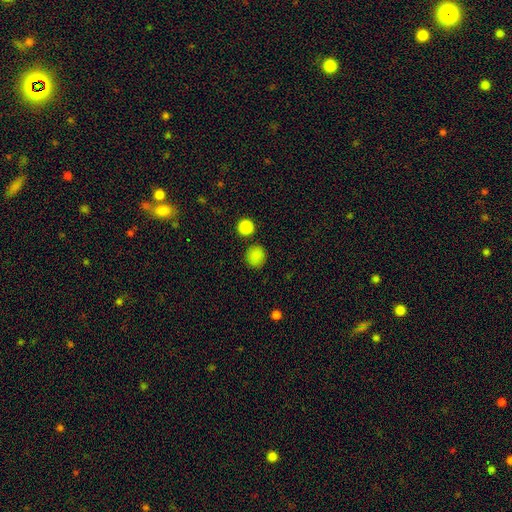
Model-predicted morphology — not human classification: A smooth galaxy with no disk features (86%) that is round (90%).

Vote fractions:
- Smooth or featured? smooth: 86% / star or artifact: 11% / featured or disk: 3%
- How rounded? round: 90% / in between: 9% / cigar-shaped: 1%
- Merging? none: 86% / minor disturbance: 8% / merger: 4% / major disturbance: 2%